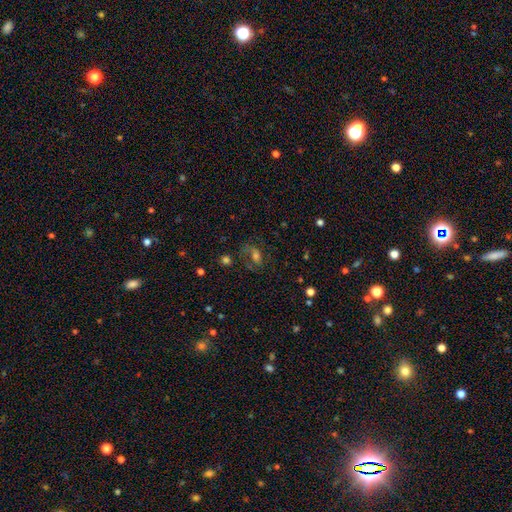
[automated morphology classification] smooth_or_featured: featured or disk (p=0.51) [alt: smooth p=0.30]
disk_edge_on: no (p=0.95) [alt: yes p=0.05]
merging: none (p=0.55) [alt: major disturbance p=0.23]